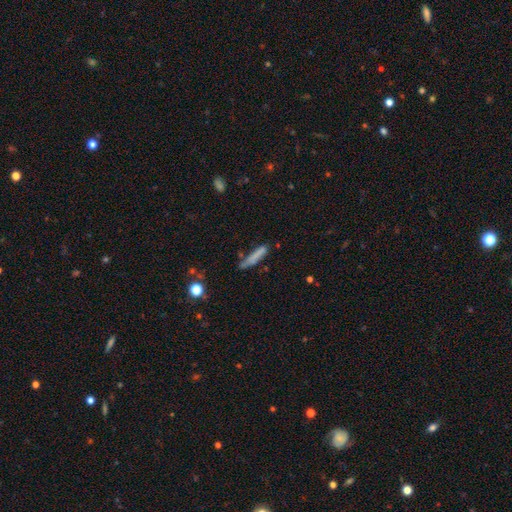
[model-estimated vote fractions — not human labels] A smooth galaxy with no disk features (73%) that is cigar-shaped (90%). Merging: none (66%).